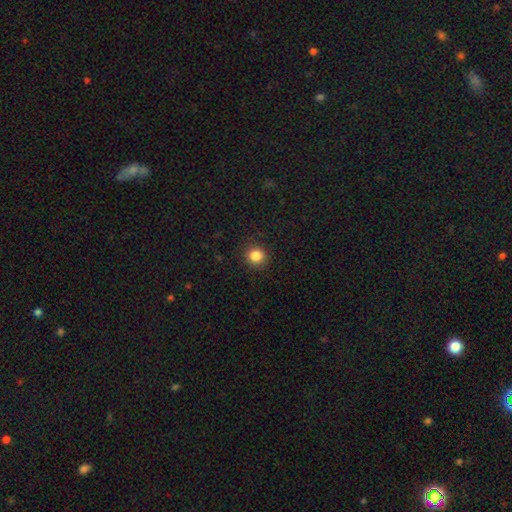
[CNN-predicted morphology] The model was most divided on "smooth or featured": smooth: 85%, star or artifact: 11%, featured or disk: 4%. More confident: merging — none (91%); how rounded — round (91%).